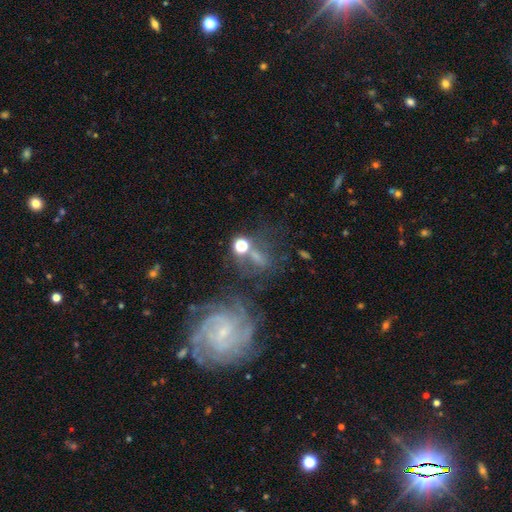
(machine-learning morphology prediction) featured or disk 57%, smooth 23%, star or artifact 19%. Down the decision tree: edge-on disk — no (95%); bar — no (41%); spiral arms — yes (84%); bulge size — small (64%); merging — none (57%).